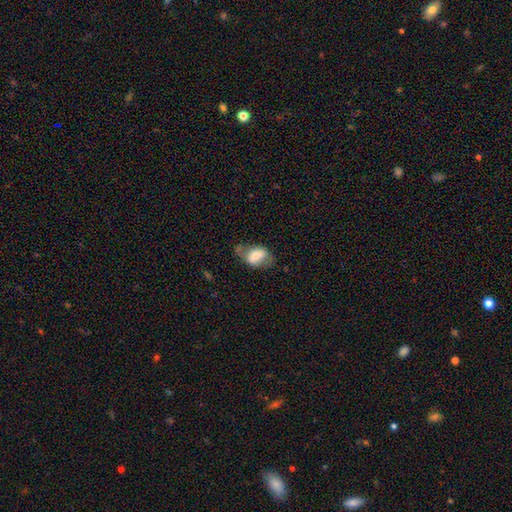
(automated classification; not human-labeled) Q: Smooth or featured?
A: smooth (67%); runner-up: featured or disk (26%)
Q: How rounded?
A: in between (84%); runner-up: round (14%)
Q: Merging?
A: none (42%); runner-up: minor disturbance (30%)